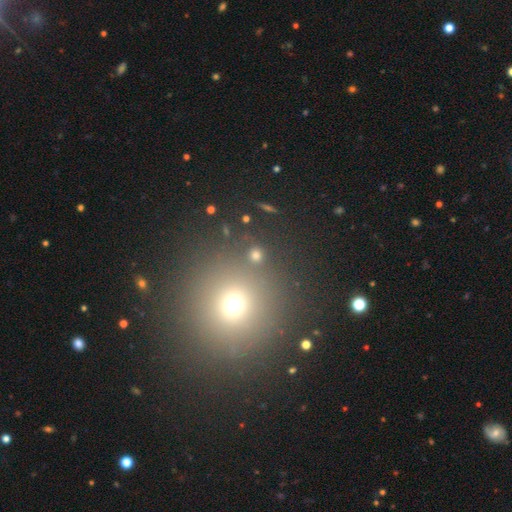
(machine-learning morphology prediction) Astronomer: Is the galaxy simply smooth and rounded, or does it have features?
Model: smooth — 55% (runner-up: star or artifact, 36%).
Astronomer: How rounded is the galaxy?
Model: round — 91%.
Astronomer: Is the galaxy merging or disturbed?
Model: none — 82%.